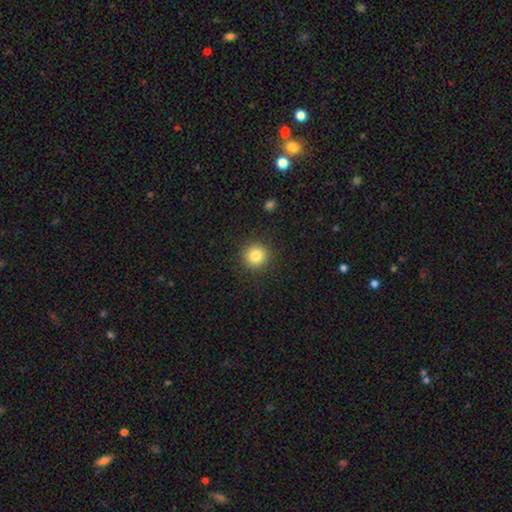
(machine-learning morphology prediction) smooth 82%, star or artifact 11%, featured or disk 7%. Down the decision tree: how rounded — round (94%); merging — none (91%).